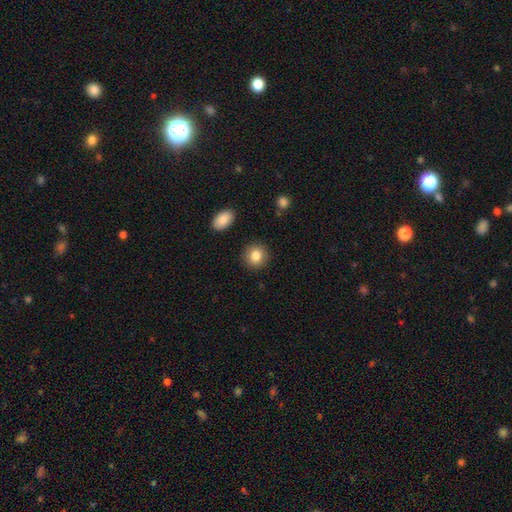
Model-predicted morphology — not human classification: A smooth galaxy with no disk features (84%) that is round (85%).

Vote fractions:
- Smooth or featured? smooth: 84% / star or artifact: 9% / featured or disk: 7%
- How rounded? round: 85% / in between: 14% / cigar-shaped: 1%
- Merging? none: 89% / minor disturbance: 7% / major disturbance: 2% / merger: 2%